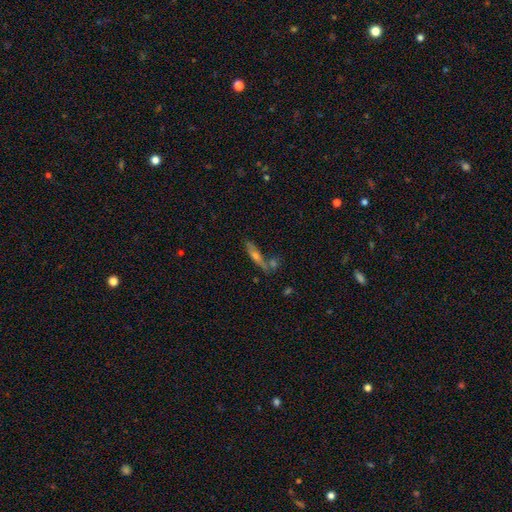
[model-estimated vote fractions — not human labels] smooth_or_featured: featured or disk (p=0.51) [alt: smooth p=0.38]
disk_edge_on: yes (p=0.84) [alt: no p=0.16]
merging: none (p=0.57) [alt: merger p=0.23]